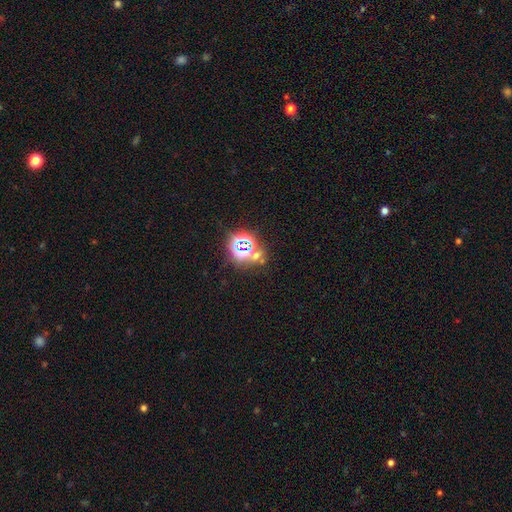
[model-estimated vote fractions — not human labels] Smooth or featured? Predicted: star or artifact (p=0.69).